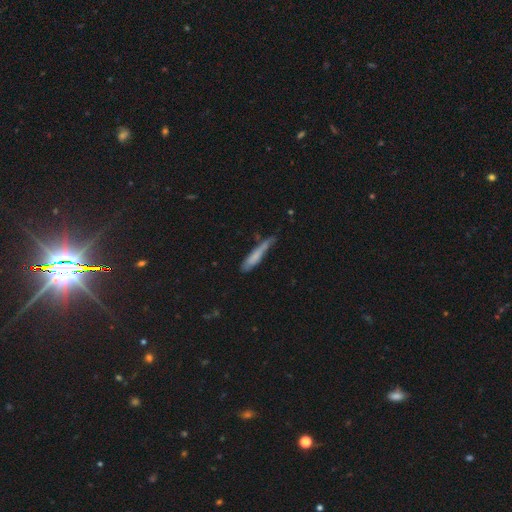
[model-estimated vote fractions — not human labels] This appears to be a smooth galaxy with no disk features (68%) that is cigar-shaped (89%). Merging: none (49%).